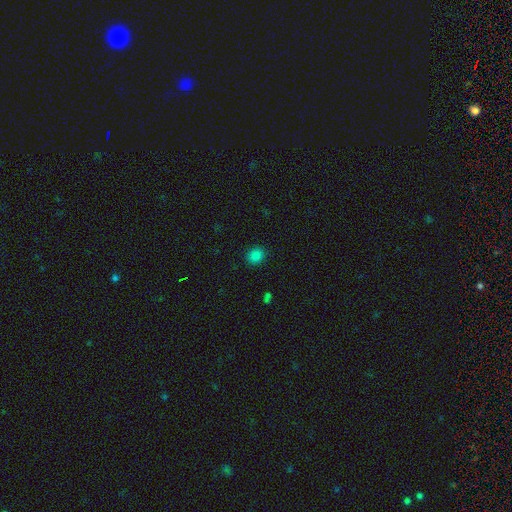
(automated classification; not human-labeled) Q: Smooth or featured?
A: smooth (83%); runner-up: star or artifact (14%)
Q: How rounded?
A: round (66%); runner-up: in between (33%)
Q: Merging?
A: none (89%); runner-up: minor disturbance (8%)